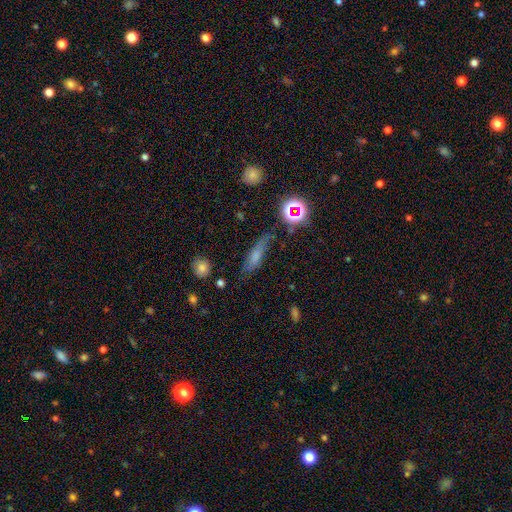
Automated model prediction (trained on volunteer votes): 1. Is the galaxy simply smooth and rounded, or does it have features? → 56% smooth, 28% featured or disk, 16% star or artifact.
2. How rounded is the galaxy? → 59% cigar-shaped, 34% in between, 7% round.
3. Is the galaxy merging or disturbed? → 66% none, 22% minor disturbance, 8% major disturbance, 4% merger.